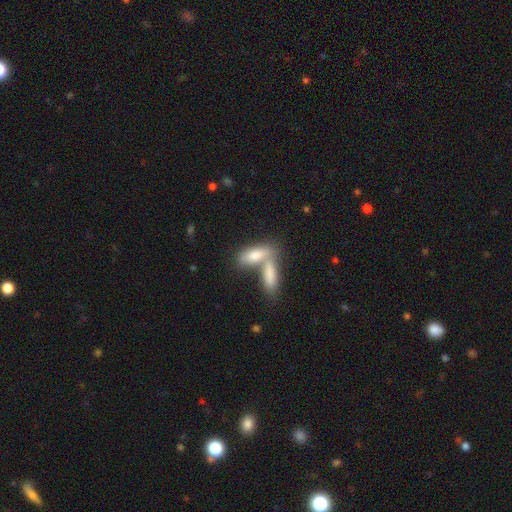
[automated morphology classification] A smooth galaxy with no disk features (76%) that is in between round and cigar-shaped (66%).

Vote fractions:
- Smooth or featured? smooth: 76% / featured or disk: 17% / star or artifact: 7%
- How rounded? in between: 66% / cigar-shaped: 32% / round: 3%
- Merging? merger: 59% / none: 30% / minor disturbance: 7% / major disturbance: 4%